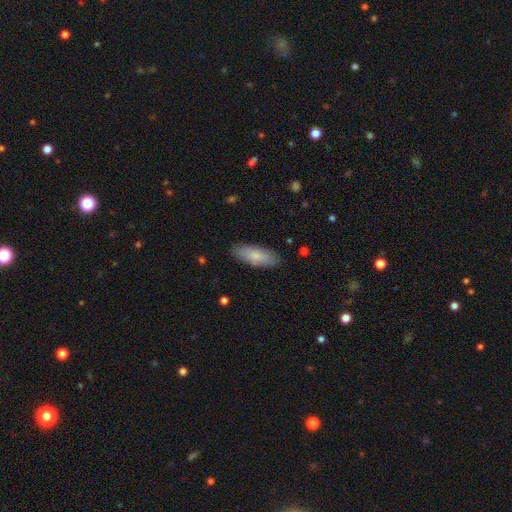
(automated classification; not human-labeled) Overall: smooth (80%). How rounded: in between (74%). Merging: none (86%).